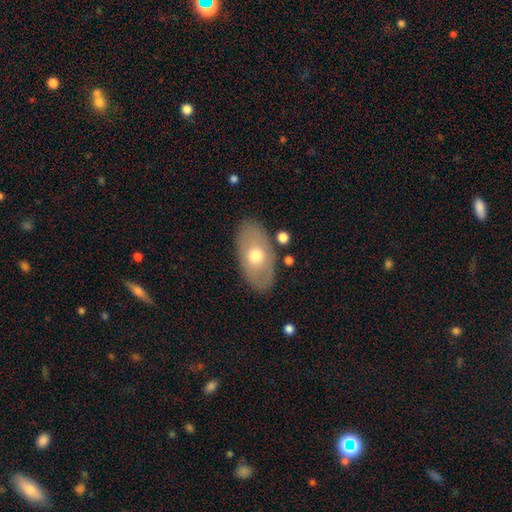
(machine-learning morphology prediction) This is possibly a smooth galaxy (58%). How rounded: clearly in between (92%). Merging: clearly none (83%).